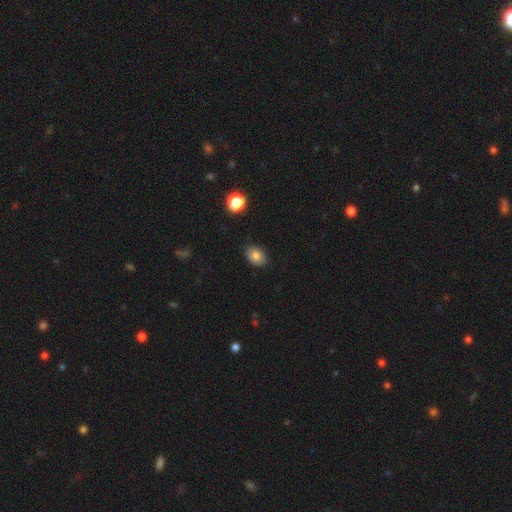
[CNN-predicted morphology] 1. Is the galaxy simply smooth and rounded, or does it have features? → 81% smooth, 10% star or artifact, 10% featured or disk.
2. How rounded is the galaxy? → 74% in between, 25% round, 1% cigar-shaped.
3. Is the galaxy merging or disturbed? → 84% none, 13% minor disturbance, 2% major disturbance, 1% merger.